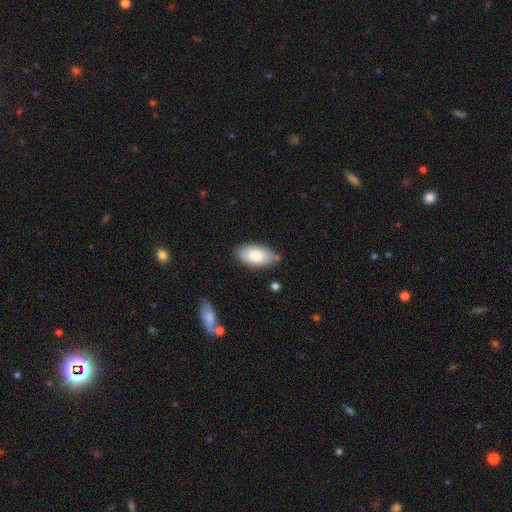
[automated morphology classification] Overall: smooth (82%). How rounded: in between (94%). Merging: none (78%).